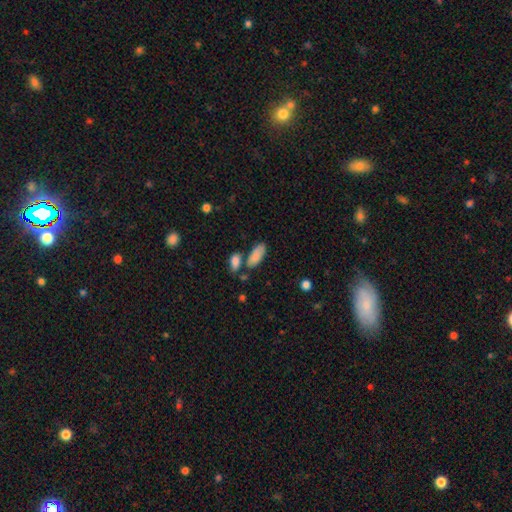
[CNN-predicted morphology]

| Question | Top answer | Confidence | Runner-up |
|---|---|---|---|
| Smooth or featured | smooth | 85% | featured or disk (8%) |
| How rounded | in between | 82% | cigar-shaped (15%) |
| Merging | none | 62% | merger (18%) |